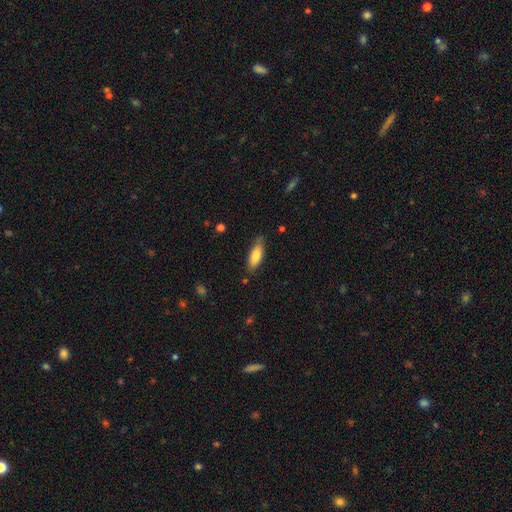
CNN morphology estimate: smooth 80%, featured or disk 14%, star or artifact 6%. Down the decision tree: how rounded — in between (66%); merging — none (75%).